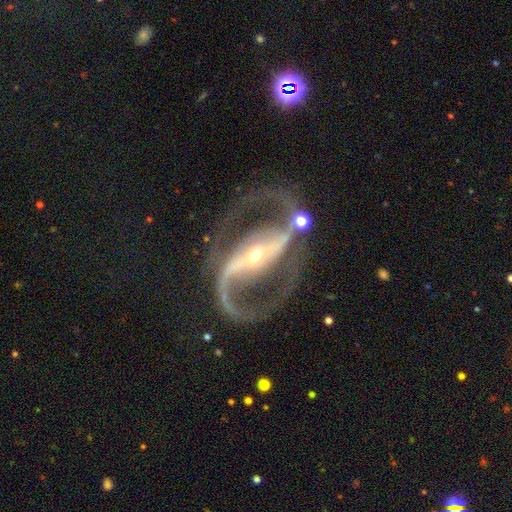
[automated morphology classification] smooth_or_featured: featured or disk (p=0.92) [alt: star or artifact p=0.05]
disk_edge_on: no (p=0.96) [alt: yes p=0.04]
bar: strong (p=0.74) [alt: weak p=0.16]
has_spiral_arms: yes (p=0.95) [alt: no p=0.05]
spiral_winding: medium (p=0.56) [alt: loose p=0.26]
spiral_arm_count: 2 (p=0.93) [alt: can't tell p=0.02]
bulge_size: small (p=0.66) [alt: moderate p=0.30]
merging: none (p=0.72) [alt: minor disturbance p=0.13]